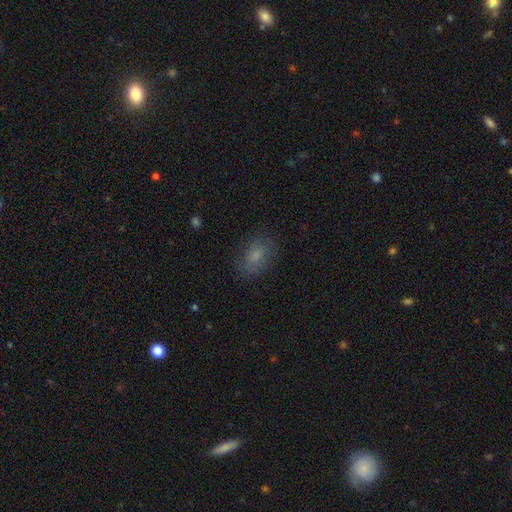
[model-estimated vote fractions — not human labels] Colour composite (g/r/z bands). It shows a smooth galaxy with no disk features (72%) that is in between round and cigar-shaped (82%). Merging: none (76%).